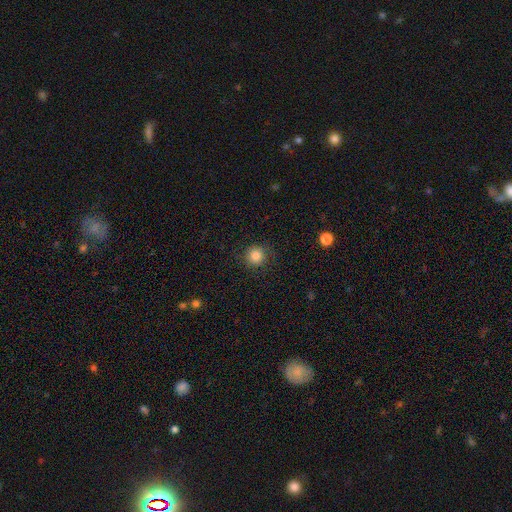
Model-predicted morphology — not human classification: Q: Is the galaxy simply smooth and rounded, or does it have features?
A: smooth — 83%.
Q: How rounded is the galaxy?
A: round — 94%.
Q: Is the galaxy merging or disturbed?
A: none — 86%.